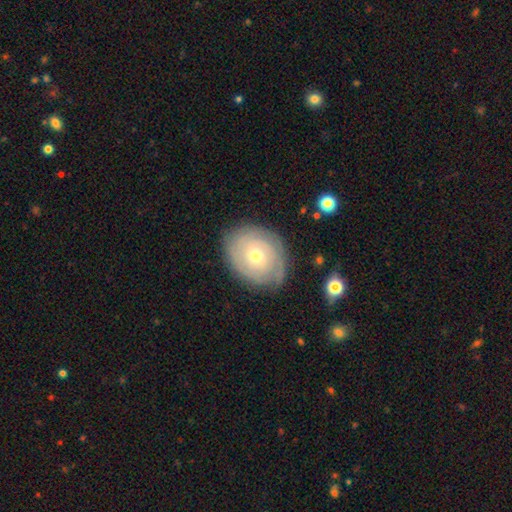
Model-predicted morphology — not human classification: Smooth or featured? Predicted: featured or disk (p=0.70). Edge-on disk? Predicted: no (p=0.96). Bar? Predicted: no (p=0.78). Spiral arms? Predicted: yes (p=0.84). Spiral winding? Predicted: tight (p=0.79). Spiral arm count? Predicted: can't tell (p=0.46). Bulge size? Predicted: small (p=0.57). Merging? Predicted: none (p=0.78).